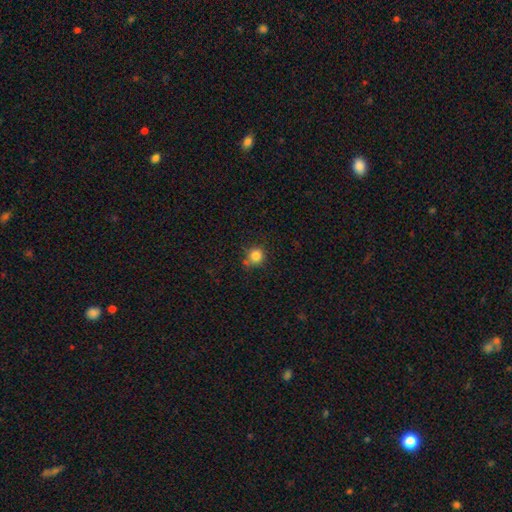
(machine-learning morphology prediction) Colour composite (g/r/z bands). It shows a smooth galaxy with no disk features (84%) that is round (90%). Merging: none (74%).